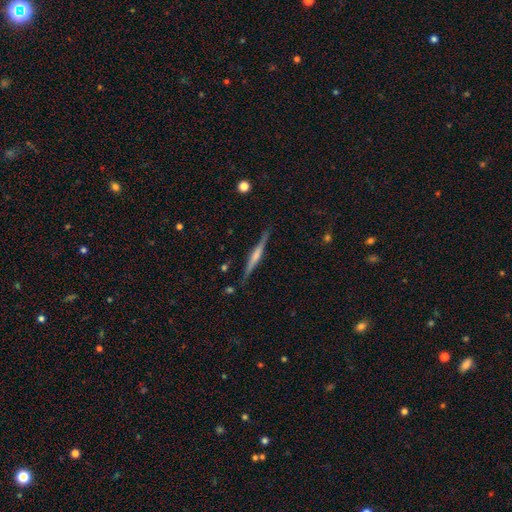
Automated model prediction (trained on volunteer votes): The model was most divided on "edge-on bulge": rounded: 45%, none: 29%, boxy: 26%. More confident: edge-on disk — yes (98%); merging — none (87%); smooth or featured — featured or disk (65%).